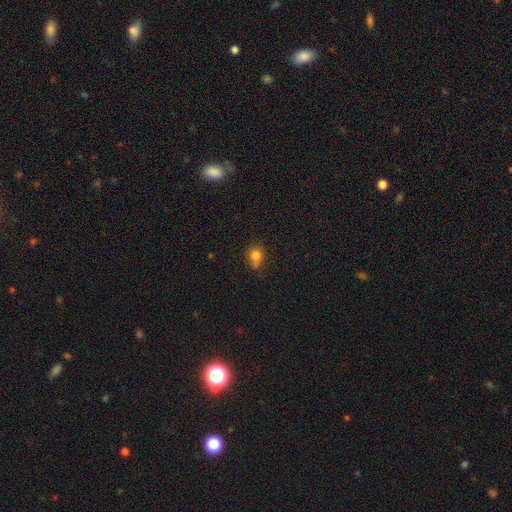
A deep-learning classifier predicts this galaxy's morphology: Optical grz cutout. It shows a smooth galaxy with no disk features (79%) that is round (73%). Merging: none (54%).